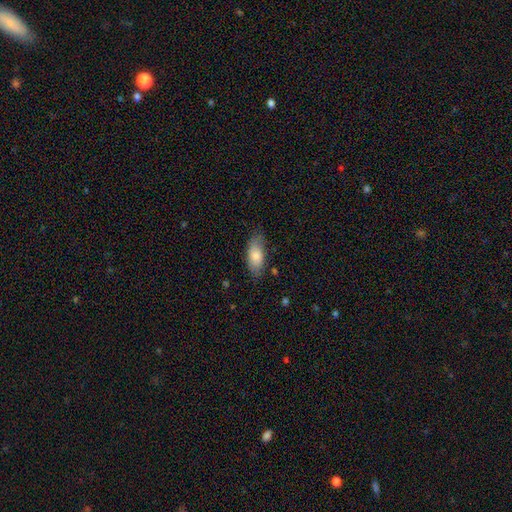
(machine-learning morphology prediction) smooth-or-featured: smooth: 79% | featured or disk: 14% | star or artifact: 6%
  how-rounded: in between: 84% | cigar-shaped: 14% | round: 2%
  merging: none: 75% | minor disturbance: 20% | major disturbance: 4% | merger: 1%